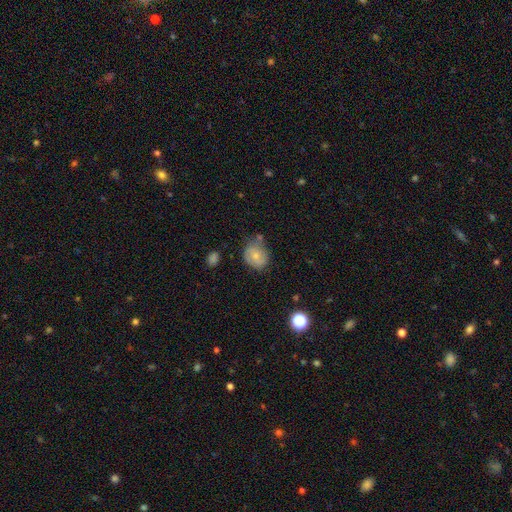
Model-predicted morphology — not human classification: smooth-or-featured: smooth: 66% | featured or disk: 25% | star or artifact: 9%
  how-rounded: round: 69% | in between: 30% | cigar-shaped: 1%
  merging: none: 58% | minor disturbance: 27% | merger: 8% | major disturbance: 7%